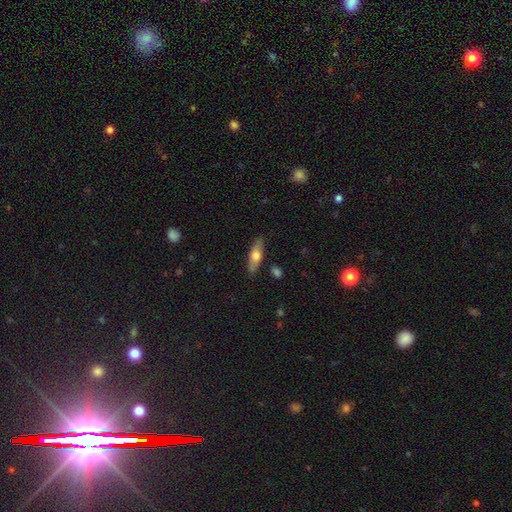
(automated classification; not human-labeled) Smooth or featured: smooth — 57% (featured or disk — 37%)
How rounded: in between — 49% (cigar-shaped — 48%)
Merging: none — 84% (minor disturbance — 11%)